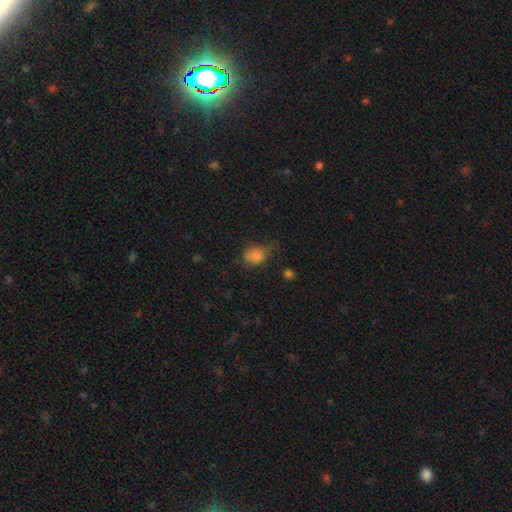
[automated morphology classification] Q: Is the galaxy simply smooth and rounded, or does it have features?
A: smooth — 79%.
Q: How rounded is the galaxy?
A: in between — 54%.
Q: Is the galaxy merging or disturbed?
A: none — 48%.